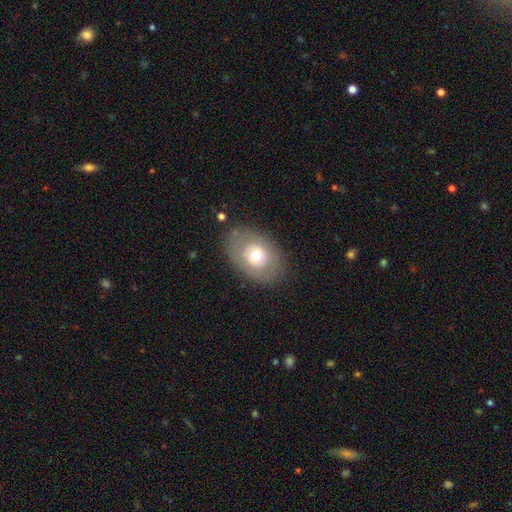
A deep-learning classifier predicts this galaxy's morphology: type=smooth (62%); roundness=in between (75%); merging=none (81%).